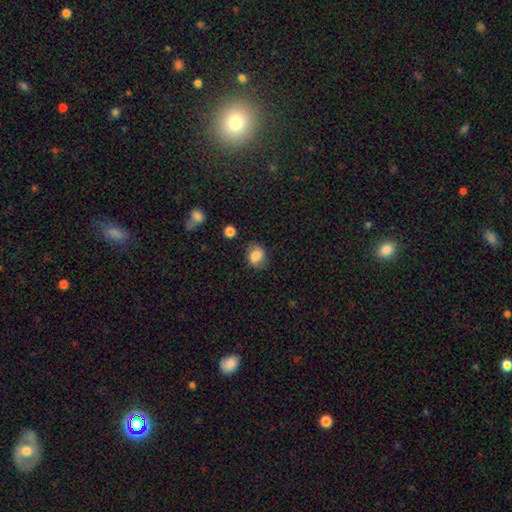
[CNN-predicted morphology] Q: Smooth or featured?
A: smooth (70%); runner-up: featured or disk (21%)
Q: How rounded?
A: in between (53%); runner-up: round (46%)
Q: Merging?
A: none (71%); runner-up: minor disturbance (21%)